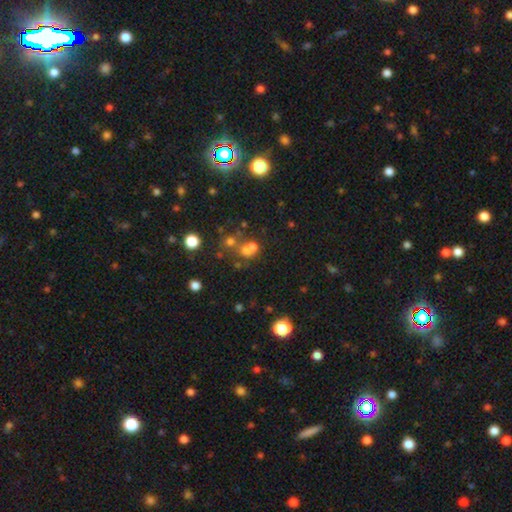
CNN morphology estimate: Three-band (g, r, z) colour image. It shows a star or artifact, not a galaxy (50%).